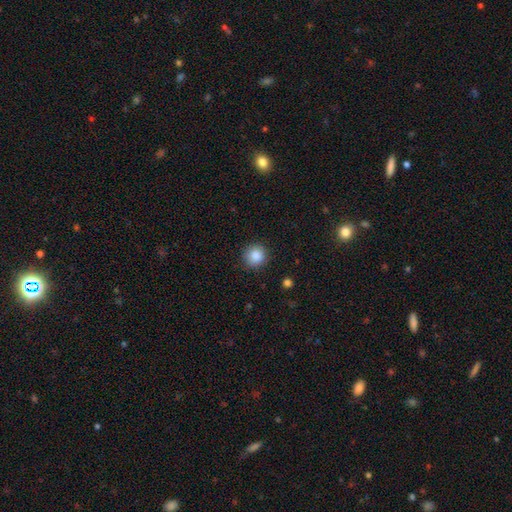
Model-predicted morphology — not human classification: smooth 87%, star or artifact 9%, featured or disk 4%. Down the decision tree: how rounded — round (92%); merging — none (88%).